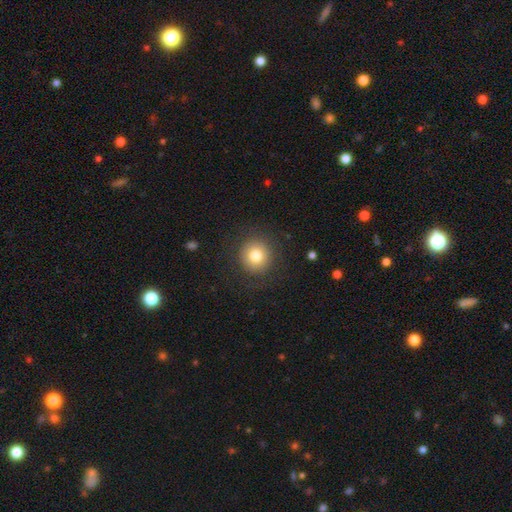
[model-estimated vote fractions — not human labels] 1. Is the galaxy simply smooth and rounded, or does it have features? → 80% smooth, 10% star or artifact, 10% featured or disk.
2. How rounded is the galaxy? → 92% round, 7% in between, 1% cigar-shaped.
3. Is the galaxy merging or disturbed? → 87% none, 8% minor disturbance, 4% major disturbance, 1% merger.